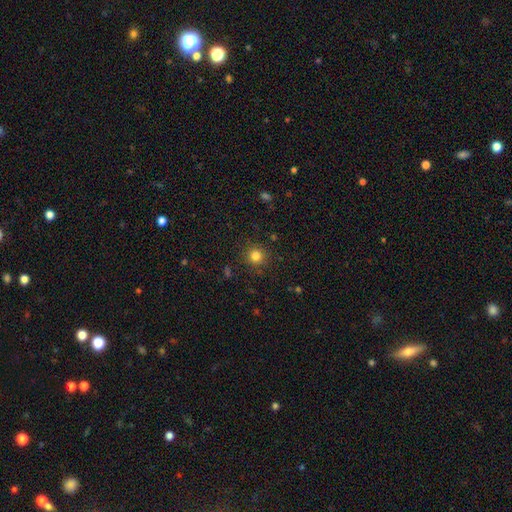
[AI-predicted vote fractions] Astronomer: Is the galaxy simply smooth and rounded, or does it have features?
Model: smooth — 81%.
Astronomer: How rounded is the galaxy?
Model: round — 94%.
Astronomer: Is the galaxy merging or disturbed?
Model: none — 89%.